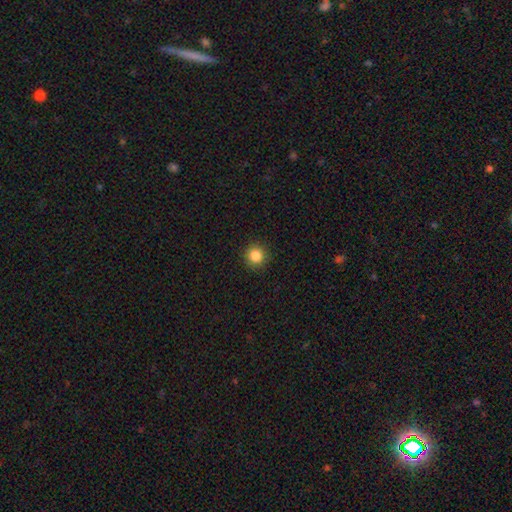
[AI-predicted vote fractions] Overall: smooth (85%). How rounded: round (94%). Merging: none (92%).